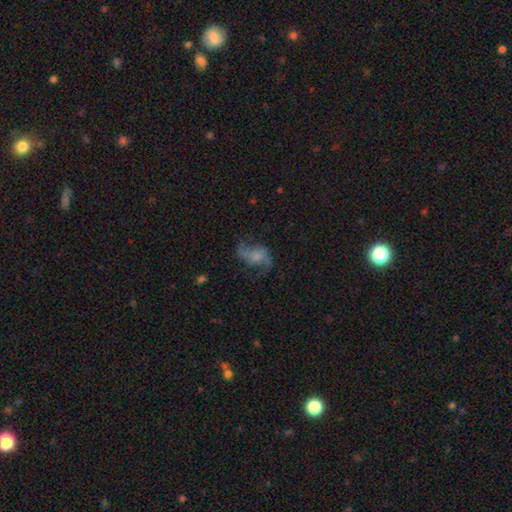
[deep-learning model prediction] The model was most divided on "bulge size": moderate: 31%, none: 26%, small: 26%, large: 15%, dominant: 3%. More confident: edge-on disk — no (97%); spiral arms — yes (90%); spiral arm count — 2 (89%); spiral winding — loose (72%); smooth or featured — featured or disk (71%); merging — none (61%); bar — no (60%).